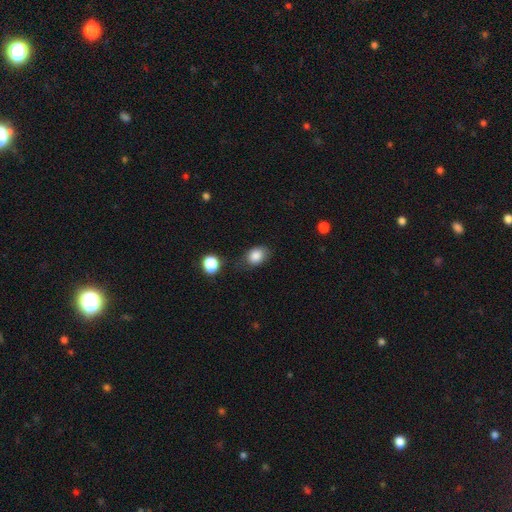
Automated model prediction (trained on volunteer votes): This appears to be a smooth galaxy with no disk features (85%) that is in between round and cigar-shaped (68%). Merging: none (70%).